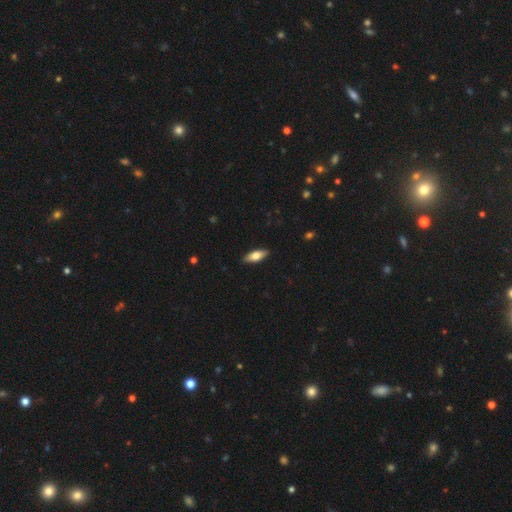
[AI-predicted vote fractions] This is likely a smooth galaxy (70%). How rounded: likely in between (74%). Merging: clearly none (89%).